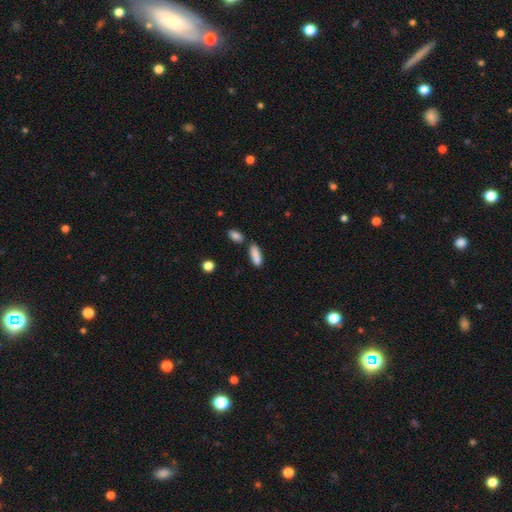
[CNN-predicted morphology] The model was most divided on "how rounded": in between: 53%, cigar-shaped: 44%, round: 3%. More confident: smooth or featured — smooth (85%); merging — none (61%).